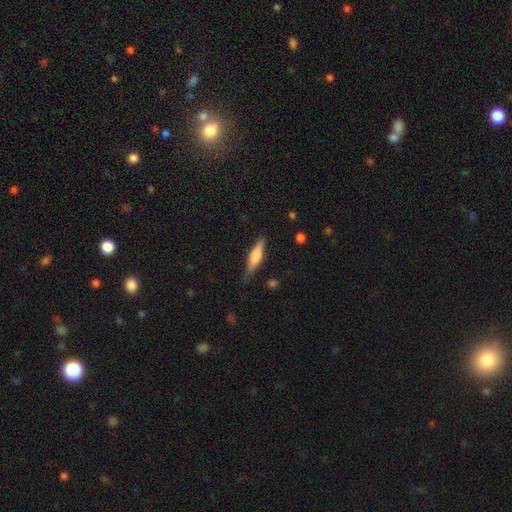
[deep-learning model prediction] Q: Smooth or featured?
A: smooth (56%); runner-up: featured or disk (37%)
Q: How rounded?
A: cigar-shaped (73%); runner-up: in between (25%)
Q: Merging?
A: none (82%); runner-up: minor disturbance (14%)